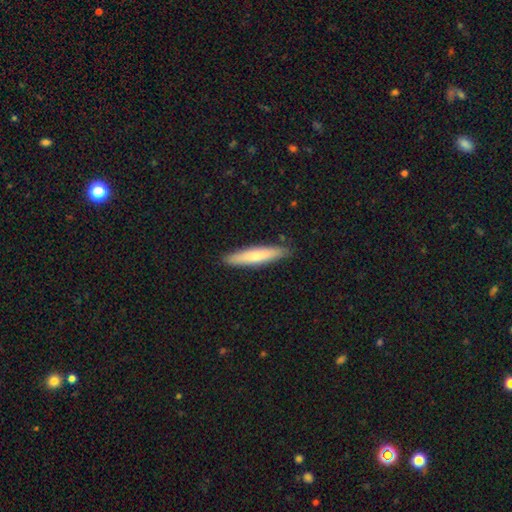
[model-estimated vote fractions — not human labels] Morphology: type=smooth (70%); roundness=cigar-shaped (89%); merging=none (89%).